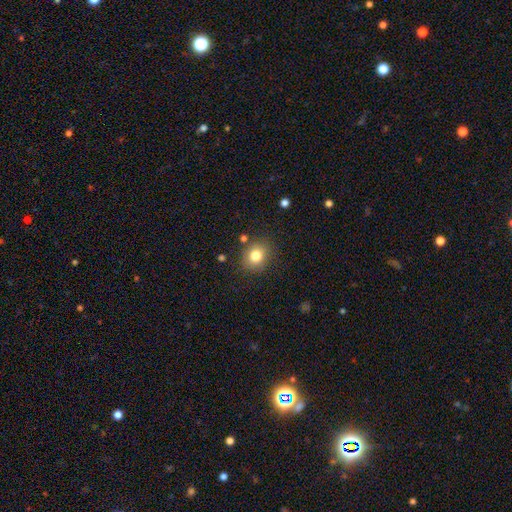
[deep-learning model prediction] smooth_or_featured: smooth (p=0.80) [alt: star or artifact p=0.11]
how_rounded: round (p=0.73) [alt: in between p=0.26]
merging: none (p=0.83) [alt: minor disturbance p=0.11]